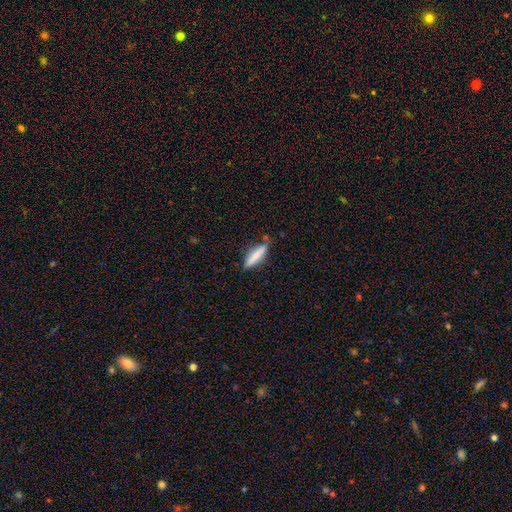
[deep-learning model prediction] A smooth galaxy with no disk features (75%) that is cigar-shaped (78%).

Vote fractions:
- Smooth or featured? smooth: 75% / featured or disk: 19% / star or artifact: 6%
- How rounded? cigar-shaped: 78% / in between: 21% / round: 2%
- Merging? none: 76% / minor disturbance: 17% / merger: 4% / major disturbance: 3%